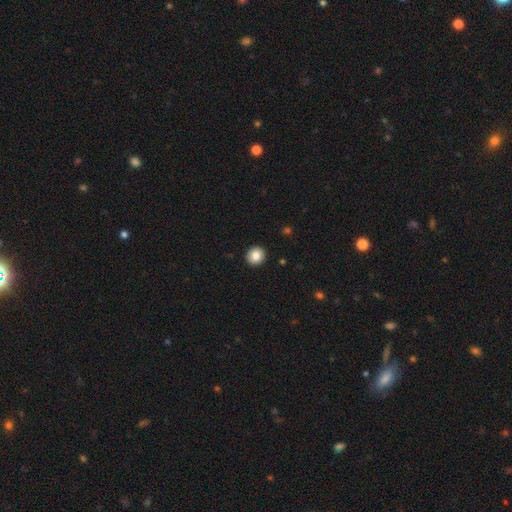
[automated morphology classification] This appears to be a smooth galaxy with no disk features (84%) that is round (90%). Merging: none (93%).